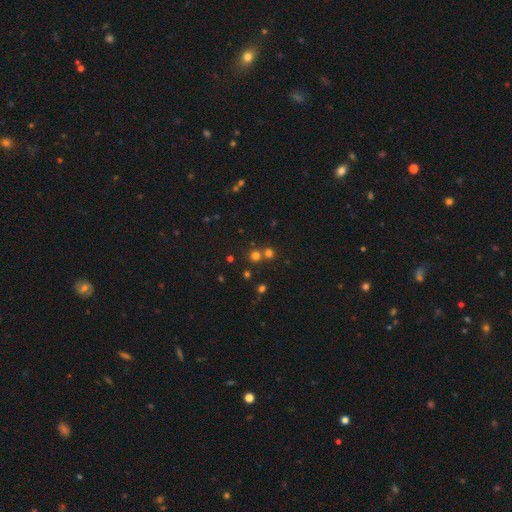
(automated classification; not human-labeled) Q: Smooth or featured?
A: smooth (65%); runner-up: star or artifact (28%)
Q: How rounded?
A: round (92%); runner-up: in between (7%)
Q: Merging?
A: none (66%); runner-up: merger (26%)